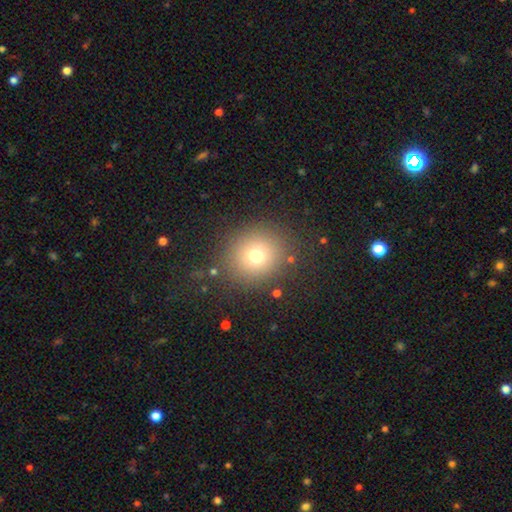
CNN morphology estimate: This appears to be a smooth galaxy with no disk features (72%) that is round (88%). Merging: none (85%).